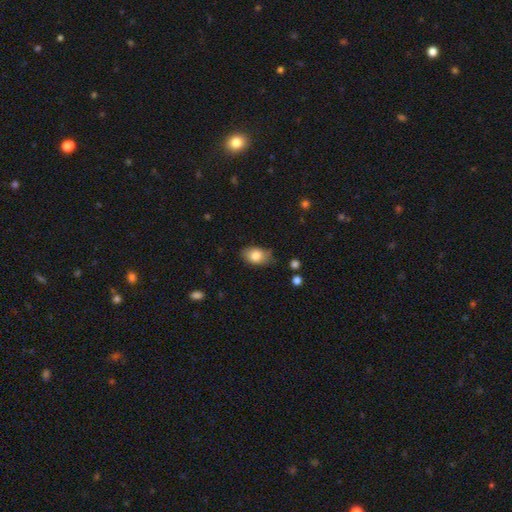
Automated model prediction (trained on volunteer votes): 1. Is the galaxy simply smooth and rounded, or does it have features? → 82% smooth, 11% featured or disk, 7% star or artifact.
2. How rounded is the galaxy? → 87% in between, 12% round, 1% cigar-shaped.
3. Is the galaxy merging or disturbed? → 75% none, 19% minor disturbance, 4% major disturbance, 2% merger.